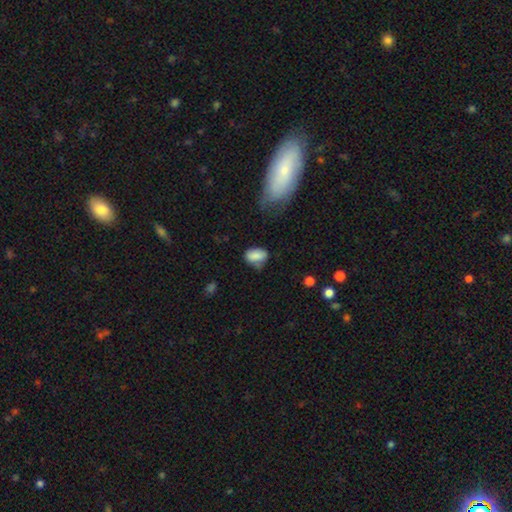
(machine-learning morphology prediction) Smooth or featured? smooth (82%)
How rounded? in between (83%)
Merging? none (51%)